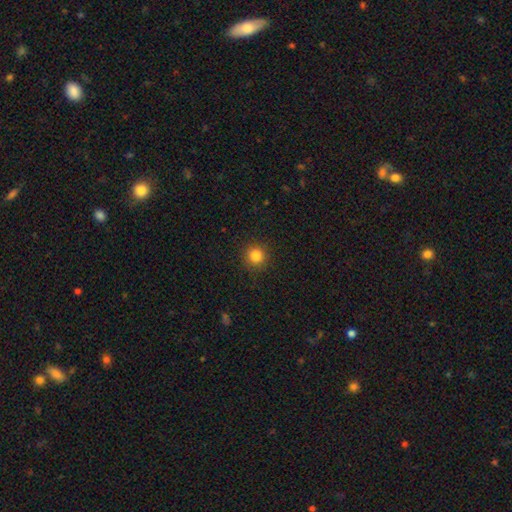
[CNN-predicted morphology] smooth_or_featured: smooth (p=0.84) [alt: star or artifact p=0.12]
how_rounded: round (p=0.94) [alt: in between p=0.05]
merging: none (p=0.91) [alt: minor disturbance p=0.06]